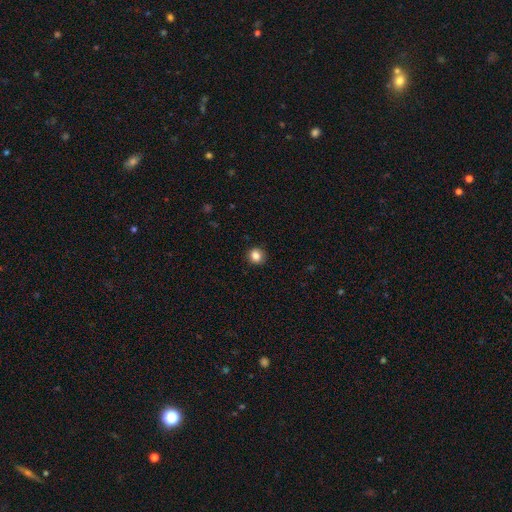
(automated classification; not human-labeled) A smooth galaxy with no disk features (85%) that is round (91%).

Vote fractions:
- Smooth or featured? smooth: 85% / star or artifact: 10% / featured or disk: 5%
- How rounded? round: 91% / in between: 8% / cigar-shaped: 1%
- Merging? none: 91% / minor disturbance: 6% / major disturbance: 2% / merger: 1%